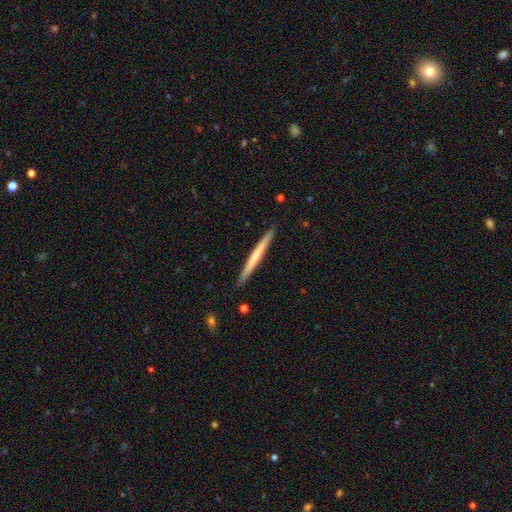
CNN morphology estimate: smooth_or_featured: smooth (p=0.49) [alt: featured or disk p=0.46]
merging: none (p=0.92) [alt: minor disturbance p=0.06]